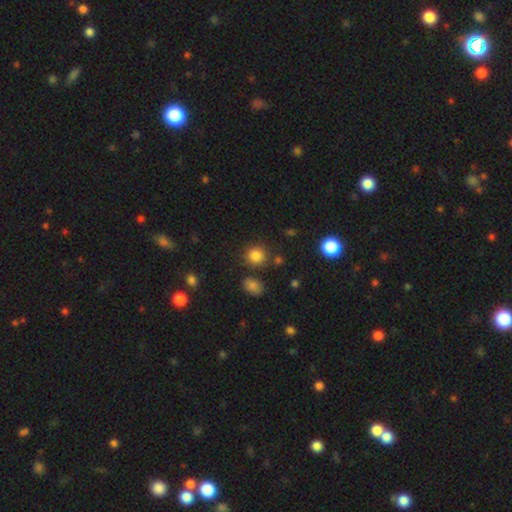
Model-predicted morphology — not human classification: Overall: smooth (82%). How rounded: round (87%). Merging: none (81%).